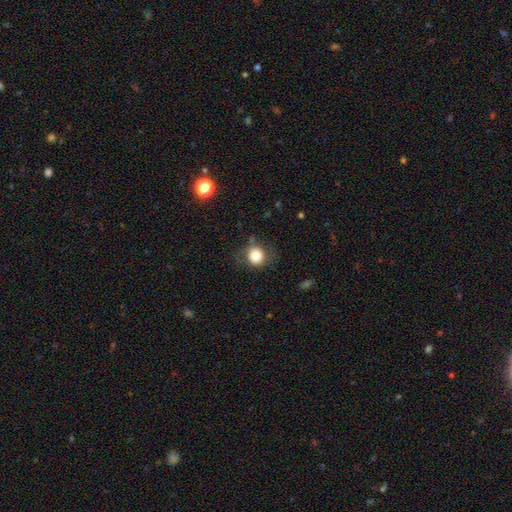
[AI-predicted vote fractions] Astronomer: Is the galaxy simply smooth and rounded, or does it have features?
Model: smooth — 81%.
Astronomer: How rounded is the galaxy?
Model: round — 82%.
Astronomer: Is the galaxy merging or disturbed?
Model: none — 74%.